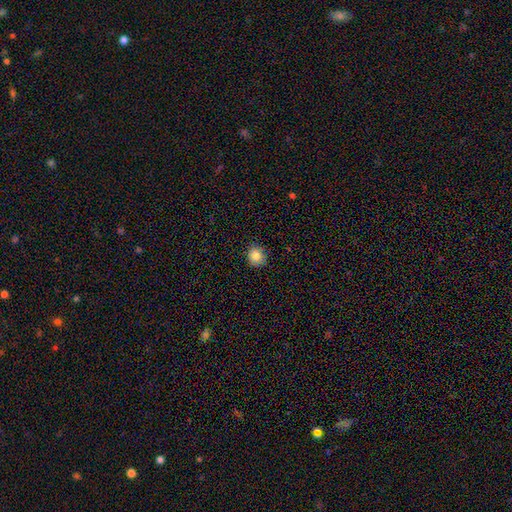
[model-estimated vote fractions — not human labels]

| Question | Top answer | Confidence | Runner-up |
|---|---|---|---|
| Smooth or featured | smooth | 84% | star or artifact (10%) |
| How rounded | round | 85% | in between (14%) |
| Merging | none | 89% | minor disturbance (8%) |